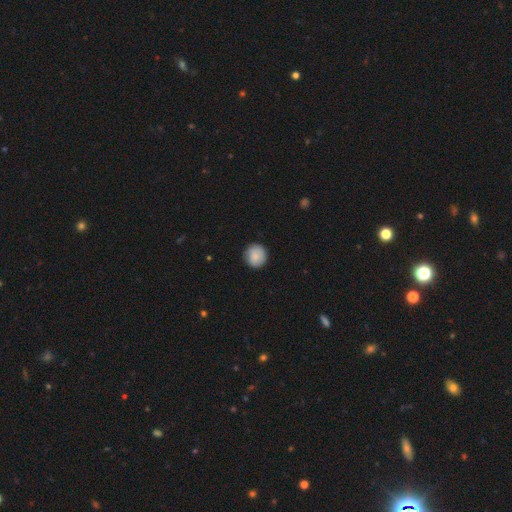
smooth-or-featured: smooth: 85% | featured or disk: 13% | star or artifact: 3%
  how-rounded: round: 97% | in between: 3% | cigar-shaped: 0%
  merging: none: 68% | minor disturbance: 26% | major disturbance: 3% | merger: 3%